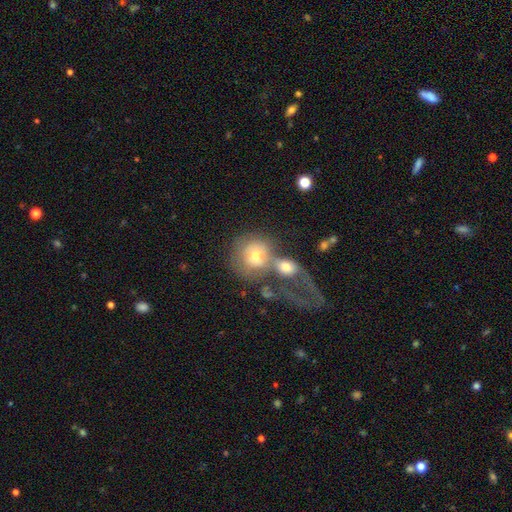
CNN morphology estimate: This appears to be a smooth galaxy with no disk features (59%) that is round (76%). Merging: merger (57%).